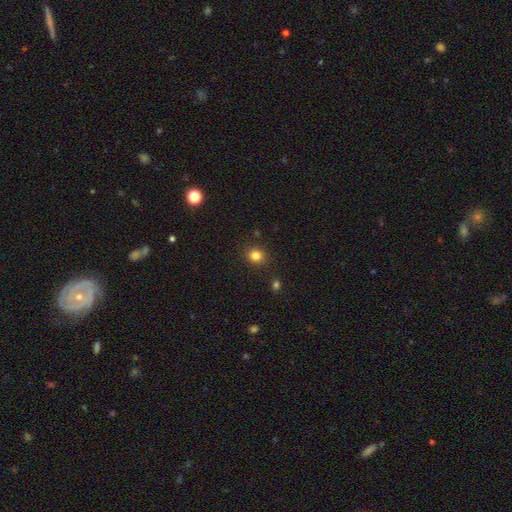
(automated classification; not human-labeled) Smooth or featured: smooth — 83% (star or artifact — 12%)
How rounded: round — 83% (in between — 16%)
Merging: none — 87% (minor disturbance — 8%)